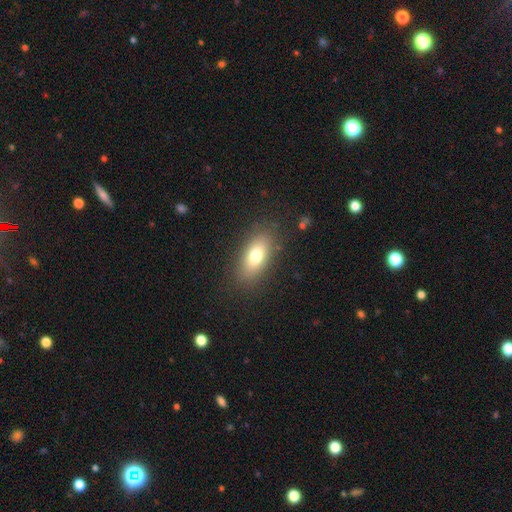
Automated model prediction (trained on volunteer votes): A smooth galaxy with no disk features (75%) that is in between round and cigar-shaped (84%). Merging: none (84%).